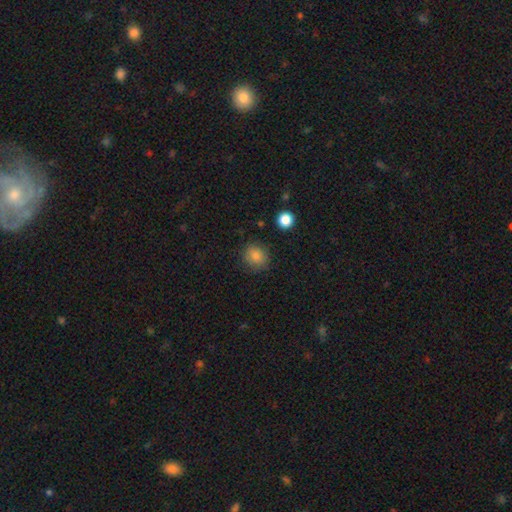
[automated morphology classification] This appears to be a smooth galaxy with no disk features (83%) that is round (79%). Merging: none (86%).